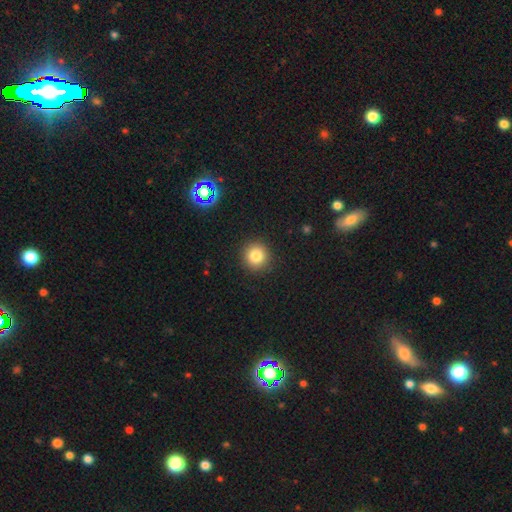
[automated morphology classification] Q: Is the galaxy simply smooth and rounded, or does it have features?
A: smooth — 82%.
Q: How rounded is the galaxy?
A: round — 94%.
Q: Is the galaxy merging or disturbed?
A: none — 91%.